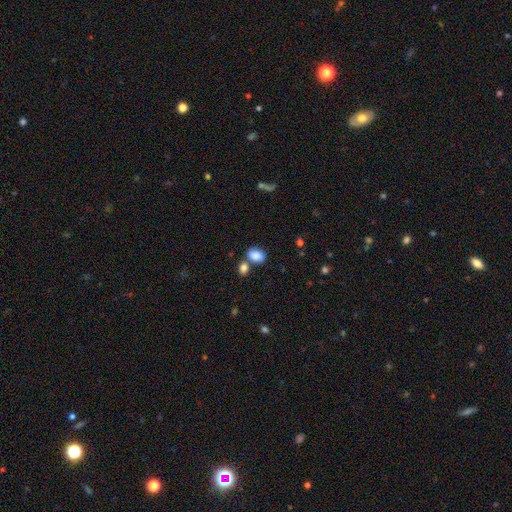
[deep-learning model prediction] A smooth galaxy with no disk features (86%) that is in between round and cigar-shaped (80%).

Vote fractions:
- Smooth or featured? smooth: 86% / star or artifact: 9% / featured or disk: 6%
- How rounded? in between: 80% / round: 19% / cigar-shaped: 1%
- Merging? none: 57% / merger: 26% / minor disturbance: 13% / major disturbance: 4%